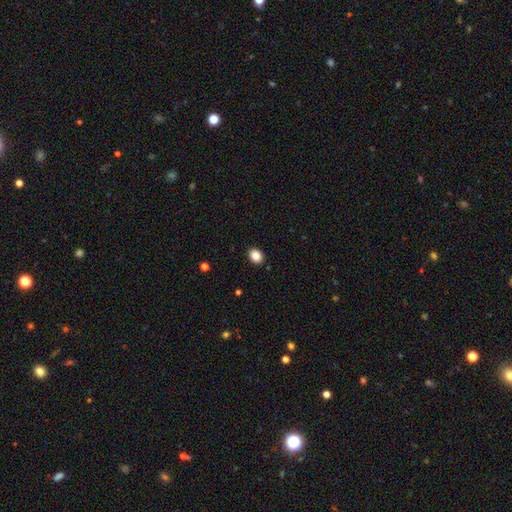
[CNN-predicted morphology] Smooth or featured: smooth — 86% (star or artifact — 9%)
How rounded: in between — 54% (round — 46%)
Merging: none — 91% (minor disturbance — 6%)